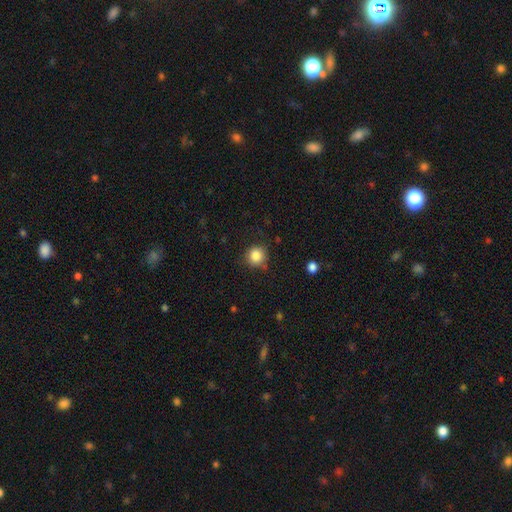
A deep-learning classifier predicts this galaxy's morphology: A smooth galaxy with no disk features (84%) that is round (92%).

Vote fractions:
- Smooth or featured? smooth: 84% / star or artifact: 11% / featured or disk: 5%
- How rounded? round: 92% / in between: 7% / cigar-shaped: 1%
- Merging? none: 83% / minor disturbance: 12% / major disturbance: 3% / merger: 2%